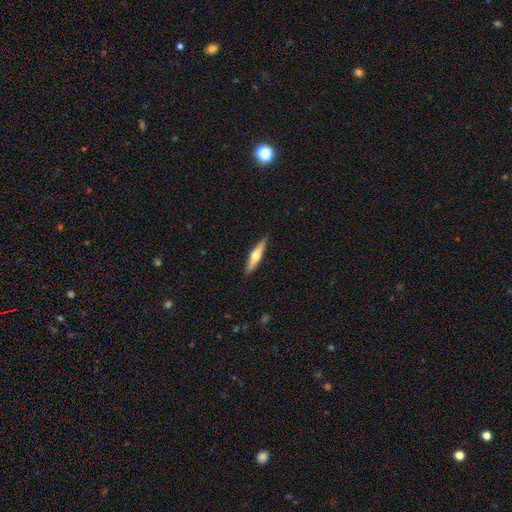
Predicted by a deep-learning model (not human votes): This appears to be a featured or disk galaxy (48%). Merging: none (88%).